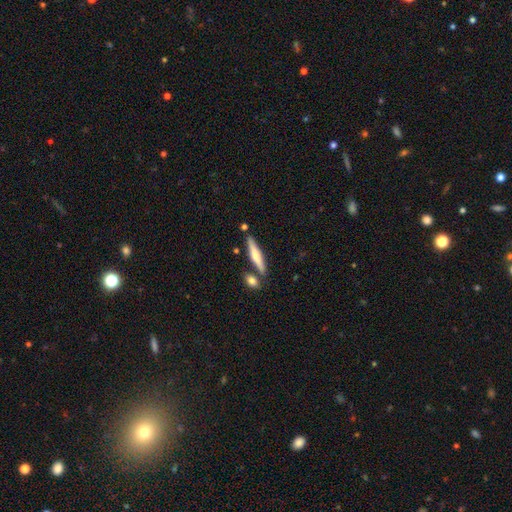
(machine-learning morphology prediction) Smooth or featured: smooth — 50% (featured or disk — 45%)
Merging: none — 78% (merger — 10%)